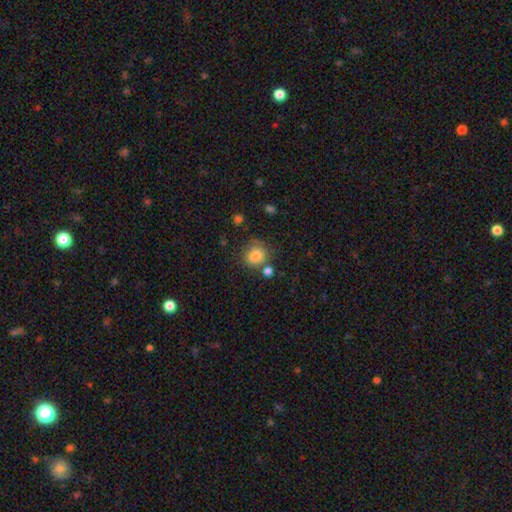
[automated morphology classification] Smooth or featured? Predicted: smooth (p=0.84). How rounded? Predicted: round (p=0.78). Merging? Predicted: none (p=0.64).